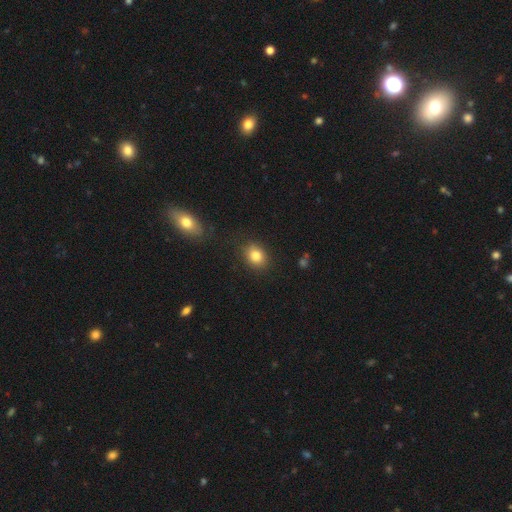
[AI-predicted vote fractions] The model was most divided on "how rounded": in between: 51%, round: 48%, cigar-shaped: 1%. More confident: merging — none (83%); smooth or featured — smooth (83%).